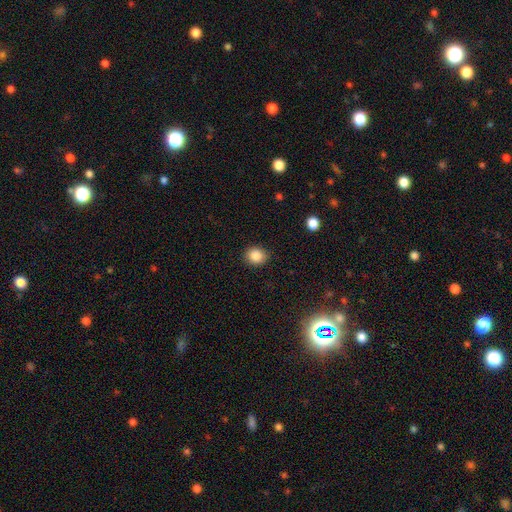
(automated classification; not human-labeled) A smooth galaxy with no disk features (86%) that is round (70%).

Vote fractions:
- Smooth or featured? smooth: 86% / star or artifact: 10% / featured or disk: 5%
- How rounded? round: 70% / in between: 29% / cigar-shaped: 1%
- Merging? none: 88% / minor disturbance: 9% / major disturbance: 2% / merger: 1%